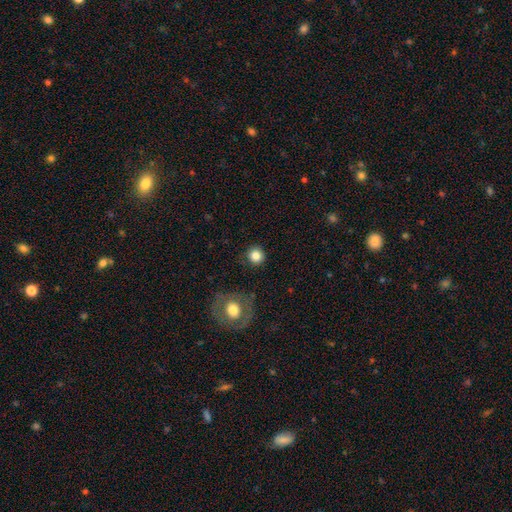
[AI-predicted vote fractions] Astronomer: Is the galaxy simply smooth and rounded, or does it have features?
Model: smooth — 82%.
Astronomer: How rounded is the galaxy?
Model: round — 94%.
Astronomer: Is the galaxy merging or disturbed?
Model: none — 89%.